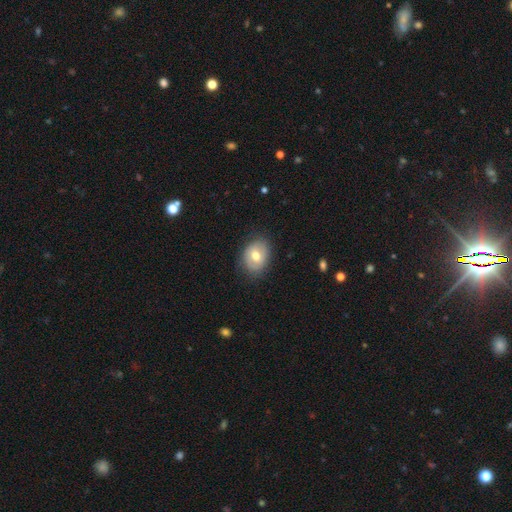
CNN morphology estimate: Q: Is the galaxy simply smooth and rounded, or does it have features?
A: smooth — 61%.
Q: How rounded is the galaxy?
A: in between — 59%.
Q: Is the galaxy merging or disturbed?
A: none — 79%.